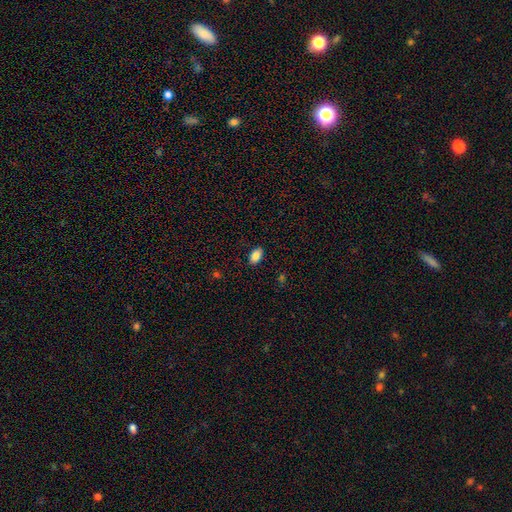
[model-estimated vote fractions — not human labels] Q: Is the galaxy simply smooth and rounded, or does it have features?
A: smooth — 85%.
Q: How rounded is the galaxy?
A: in between — 92%.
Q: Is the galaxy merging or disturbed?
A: none — 87%.